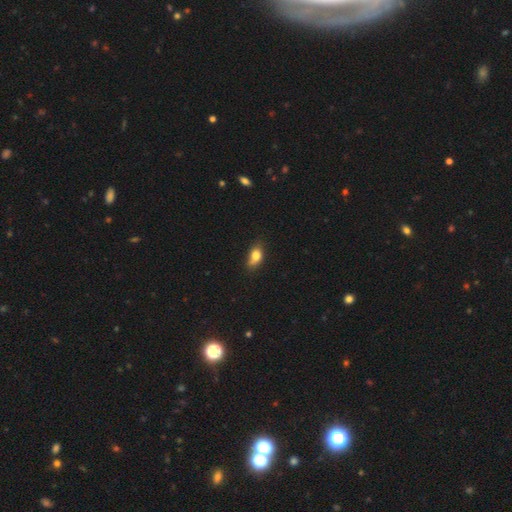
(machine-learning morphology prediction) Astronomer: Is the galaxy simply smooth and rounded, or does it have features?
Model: smooth — 79%.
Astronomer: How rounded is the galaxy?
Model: in between — 79%.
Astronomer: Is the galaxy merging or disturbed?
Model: none — 54% (runner-up: minor disturbance, 32%).